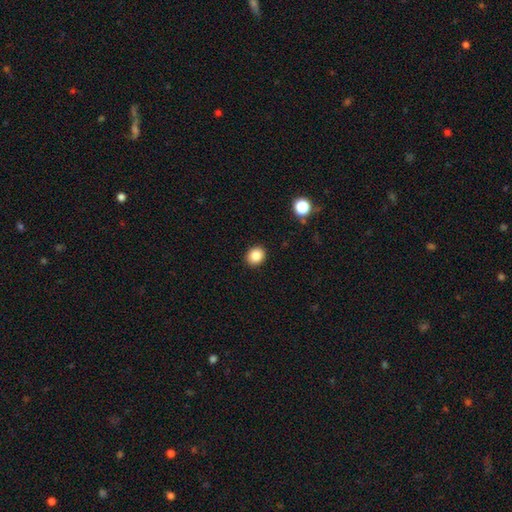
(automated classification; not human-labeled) Smooth or featured?
  - smooth: 85% *
  - star or artifact: 10%
  - featured or disk: 5%
How rounded?
  - round: 72% *
  - in between: 27%
  - cigar-shaped: 1%
Merging?
  - none: 91% *
  - minor disturbance: 6%
  - major disturbance: 2%
  - merger: 1%